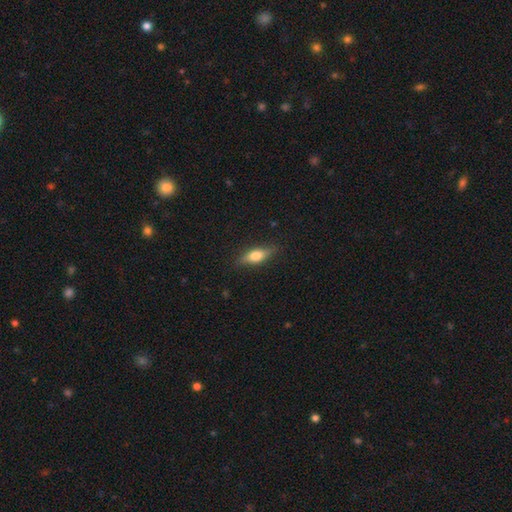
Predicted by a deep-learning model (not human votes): Smooth or featured? smooth (60%)
How rounded? in between (57%)
Merging? none (84%)